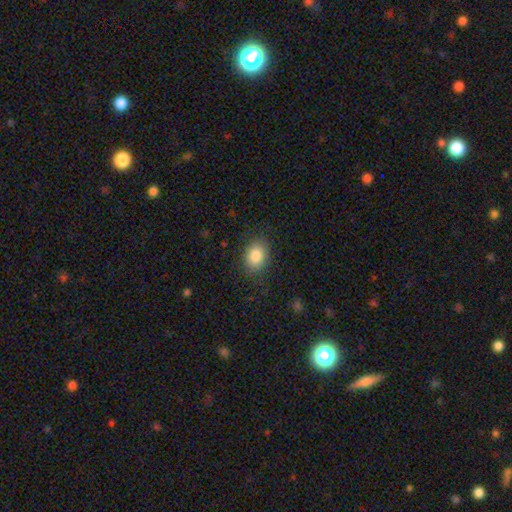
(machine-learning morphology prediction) smooth_or_featured: smooth (p=0.86) [alt: star or artifact p=0.08]
how_rounded: in between (p=0.72) [alt: round p=0.27]
merging: none (p=0.84) [alt: minor disturbance p=0.11]